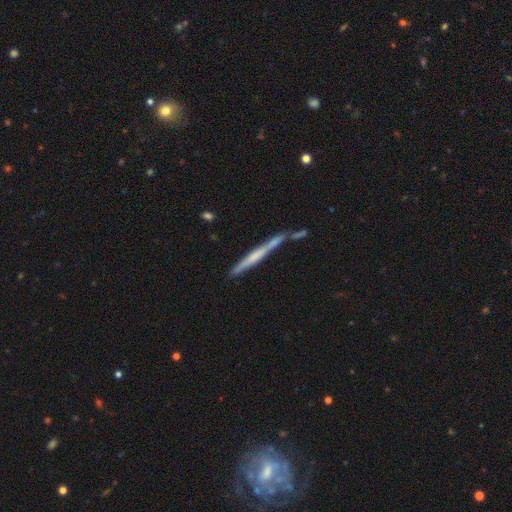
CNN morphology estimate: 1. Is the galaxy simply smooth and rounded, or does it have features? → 56% featured or disk, 37% smooth, 7% star or artifact.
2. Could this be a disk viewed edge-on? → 96% yes, 4% no.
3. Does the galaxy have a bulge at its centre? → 61% none, 26% rounded, 13% boxy.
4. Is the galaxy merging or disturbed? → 62% none, 18% merger, 15% minor disturbance, 5% major disturbance.